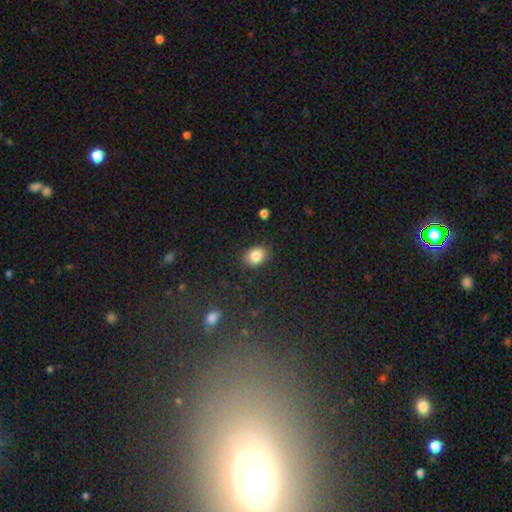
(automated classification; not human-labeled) Smooth or featured: smooth — 86% (star or artifact — 9%)
How rounded: in between — 60% (round — 39%)
Merging: none — 85% (minor disturbance — 11%)